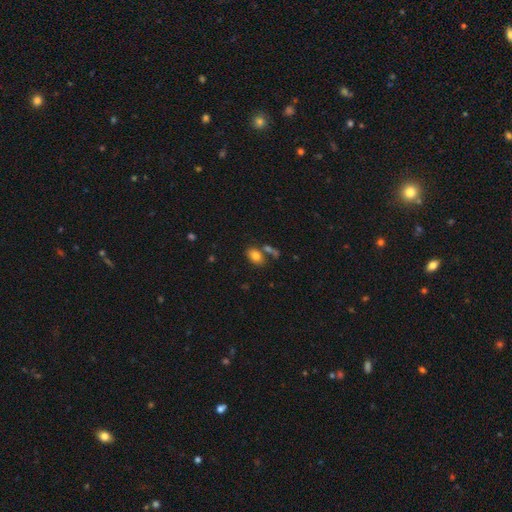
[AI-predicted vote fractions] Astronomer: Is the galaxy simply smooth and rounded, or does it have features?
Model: smooth — 81%.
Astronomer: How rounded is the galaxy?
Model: in between — 85%.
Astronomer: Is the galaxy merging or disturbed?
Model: none — 62%.